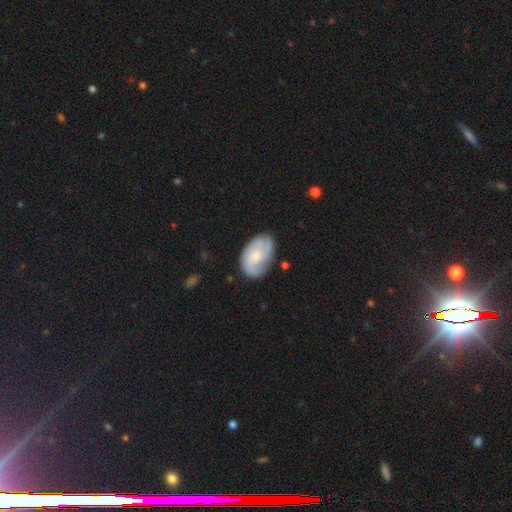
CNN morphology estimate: Smooth or featured? featured or disk (61%)
Edge-on disk? no (97%)
Bar? no (72%)
Spiral arms? yes (89%)
Spiral winding? medium (42%)
Spiral arm count? 3 (32%)
Bulge size? small (46%)
Merging? none (70%)